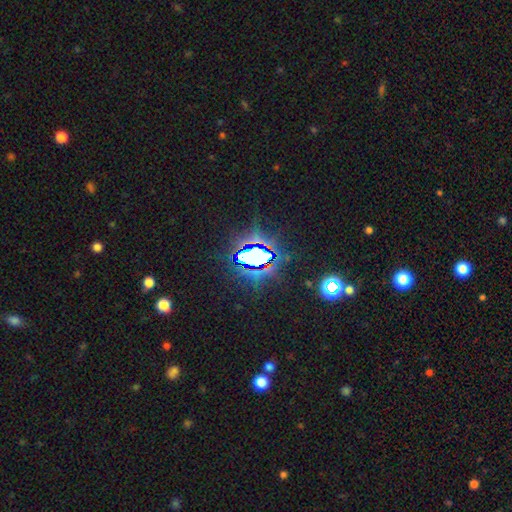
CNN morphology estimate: This is likely a star or artifact rather than a galaxy (73%).